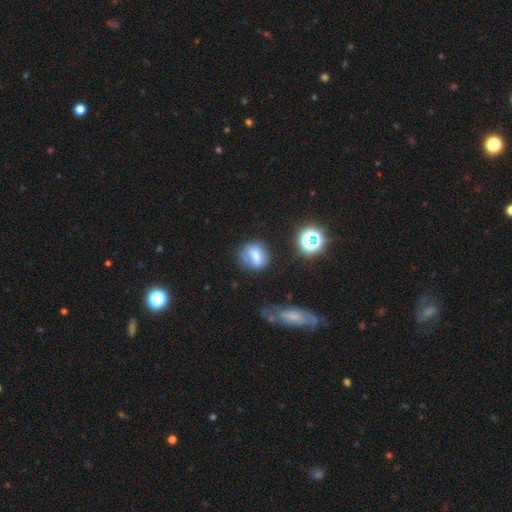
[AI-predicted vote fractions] smooth 61%, featured or disk 24%, star or artifact 15%. Down the decision tree: how rounded — round (59%); merging — none (53%).